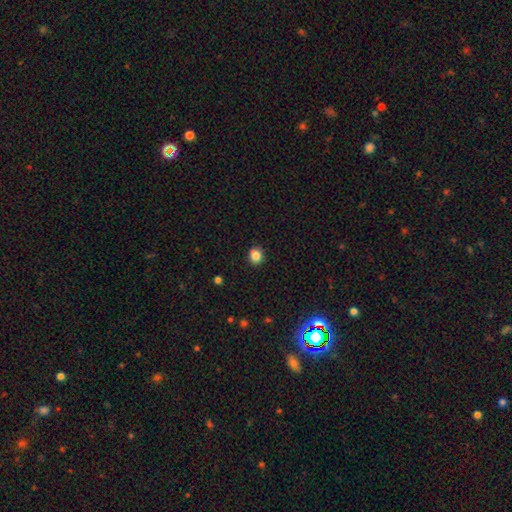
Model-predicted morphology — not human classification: Smooth or featured? smooth (83%)
How rounded? round (79%)
Merging? none (87%)